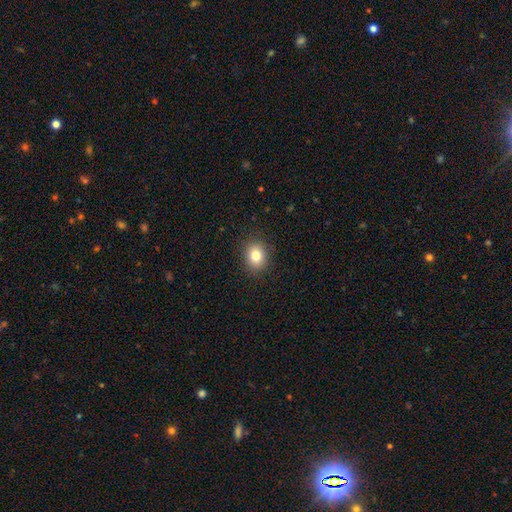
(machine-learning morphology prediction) Smooth or featured? smooth (81%)
How rounded? round (60%)
Merging? none (89%)